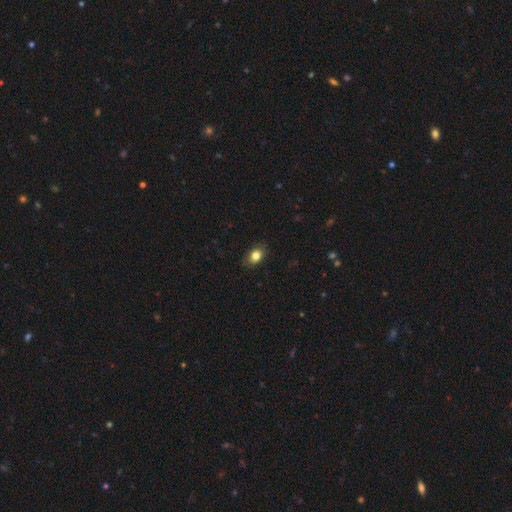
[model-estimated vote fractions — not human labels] Morphology: type=smooth (82%); roundness=in between (69%); merging=none (84%).